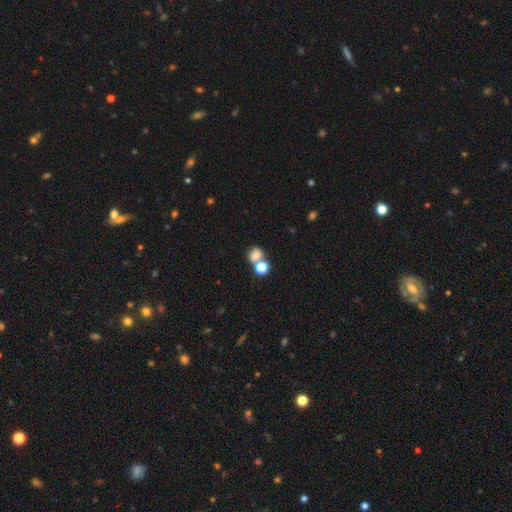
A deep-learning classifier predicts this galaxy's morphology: This appears to be a smooth galaxy with no disk features (70%) that is round (54%). Merging: merger (48%).